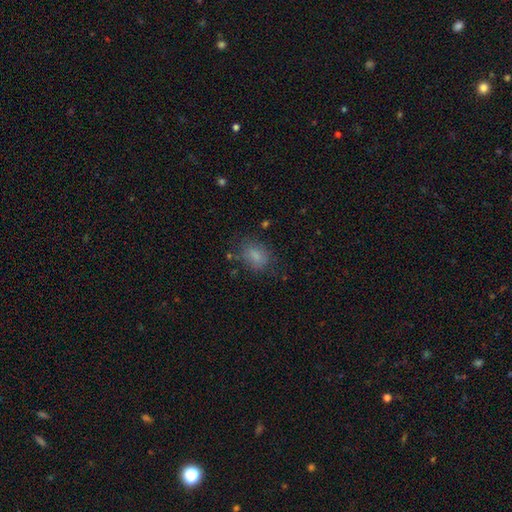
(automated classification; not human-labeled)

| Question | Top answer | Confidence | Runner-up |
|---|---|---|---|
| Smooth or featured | smooth | 78% | star or artifact (12%) |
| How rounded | in between | 69% | round (30%) |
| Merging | none | 70% | minor disturbance (19%) |